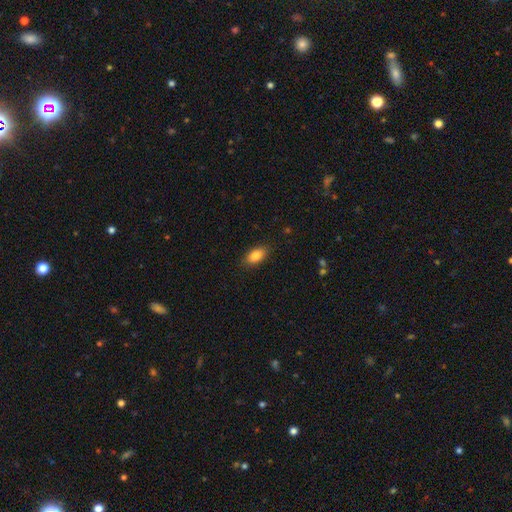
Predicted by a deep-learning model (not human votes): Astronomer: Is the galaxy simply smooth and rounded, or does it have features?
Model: smooth — 85%.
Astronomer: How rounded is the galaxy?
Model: in between — 89%.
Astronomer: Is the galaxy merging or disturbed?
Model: none — 86%.